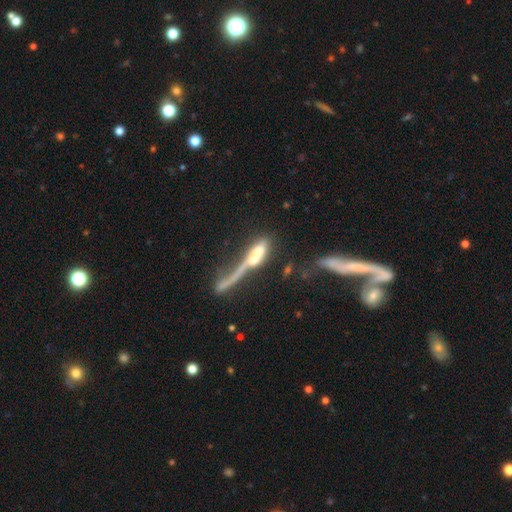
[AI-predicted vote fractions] A smooth galaxy with no disk features (48%). Merging: merger (36%).